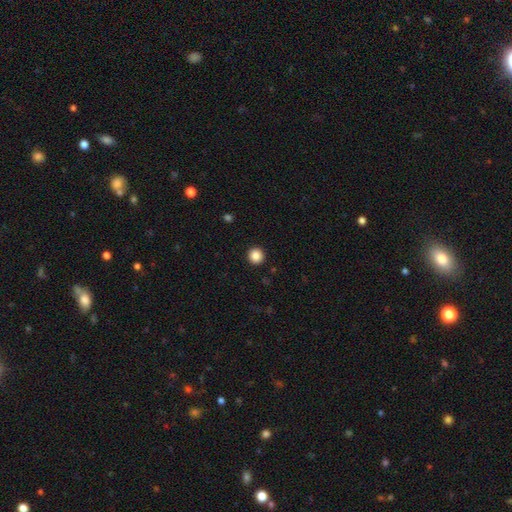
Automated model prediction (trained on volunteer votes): Q: Smooth or featured?
A: smooth (87%); runner-up: star or artifact (10%)
Q: How rounded?
A: round (94%); runner-up: in between (5%)
Q: Merging?
A: none (93%); runner-up: minor disturbance (4%)